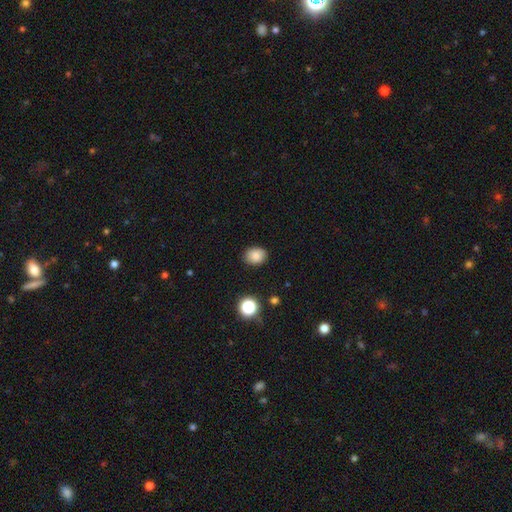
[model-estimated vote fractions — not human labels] A smooth galaxy with no disk features (84%) that is in between round and cigar-shaped (56%). Merging: none (85%).